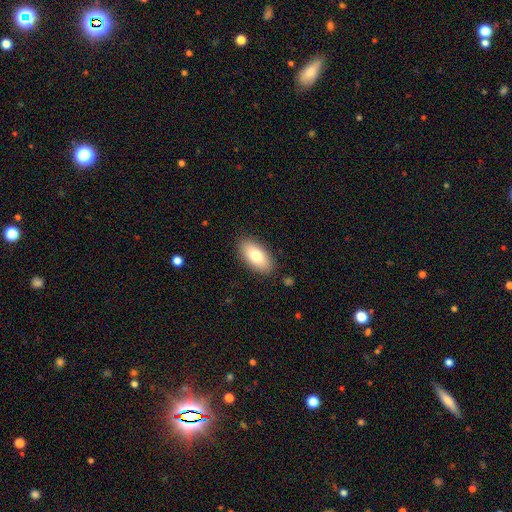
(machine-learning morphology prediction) This appears to be a smooth galaxy with no disk features (76%) that is in between round and cigar-shaped (92%). Merging: none (88%).